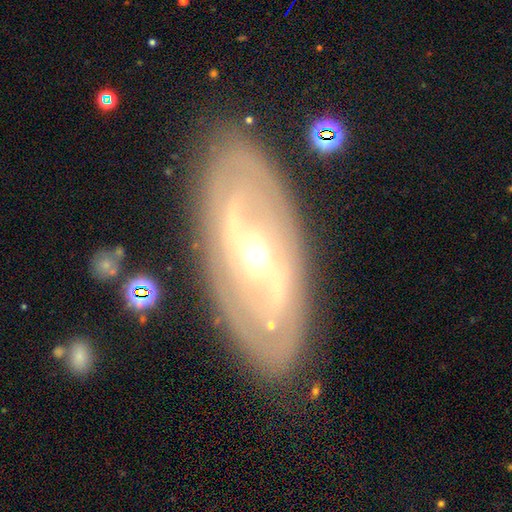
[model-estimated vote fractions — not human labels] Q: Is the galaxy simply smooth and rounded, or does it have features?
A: featured or disk — 81%.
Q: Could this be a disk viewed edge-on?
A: no — 90%.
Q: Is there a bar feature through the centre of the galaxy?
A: weak — 39%.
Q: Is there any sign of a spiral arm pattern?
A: yes — 75%.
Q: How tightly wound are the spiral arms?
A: tight — 52%.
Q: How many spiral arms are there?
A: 2 — 61%.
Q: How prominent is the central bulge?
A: moderate — 70%.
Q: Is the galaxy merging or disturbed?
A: none — 83%.